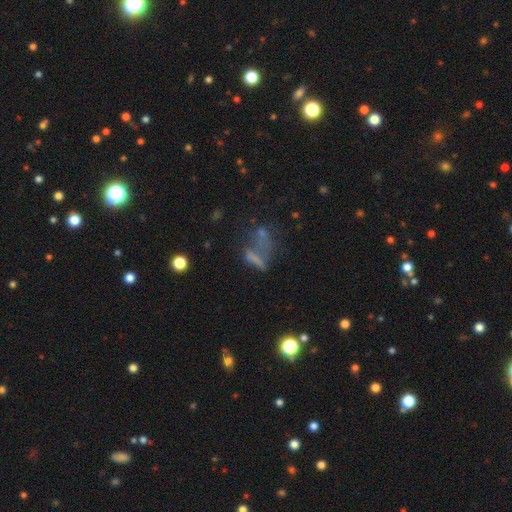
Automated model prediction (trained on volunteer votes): The model was most divided on "merging": none: 30%, major disturbance: 29%, merger: 27%, minor disturbance: 15%. Remaining: smooth or featured — smooth (46%).